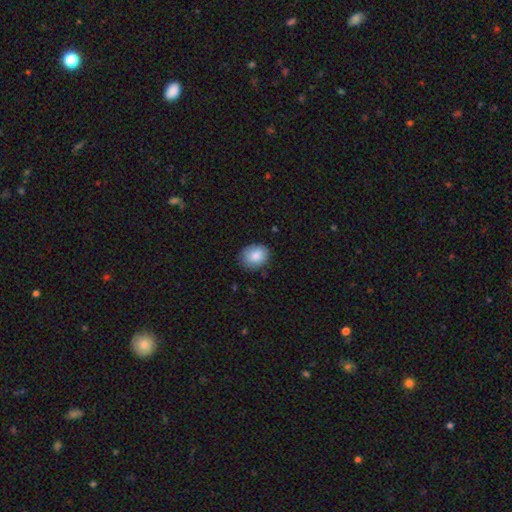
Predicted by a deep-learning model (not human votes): Smooth or featured? smooth (86%)
How rounded? round (55%)
Merging? none (82%)